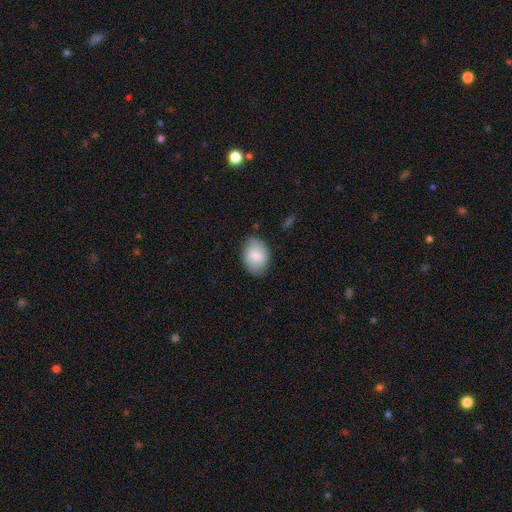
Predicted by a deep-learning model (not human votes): Morphology: type=smooth (82%); roundness=in between (79%); merging=none (80%).